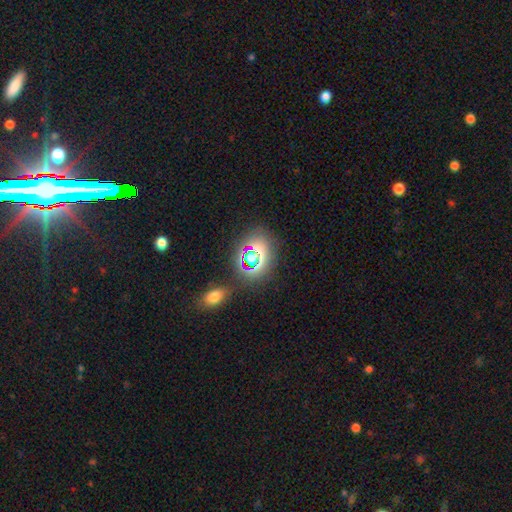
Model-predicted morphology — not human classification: Smooth or featured? Predicted: smooth (p=0.45). Merging? Predicted: none (p=0.71).